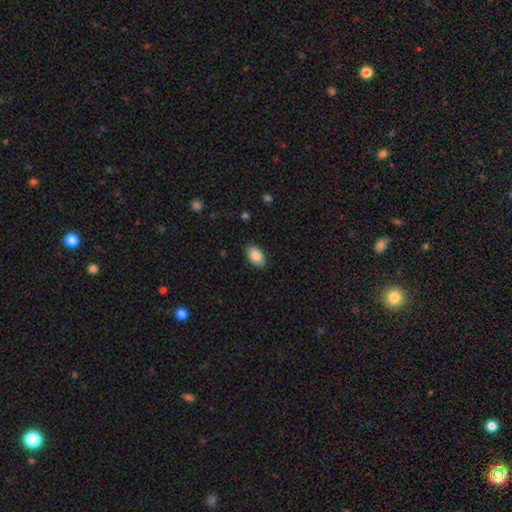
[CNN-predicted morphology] Q: Smooth or featured?
A: smooth (87%); runner-up: star or artifact (7%)
Q: How rounded?
A: in between (93%); runner-up: round (6%)
Q: Merging?
A: none (88%); runner-up: minor disturbance (9%)